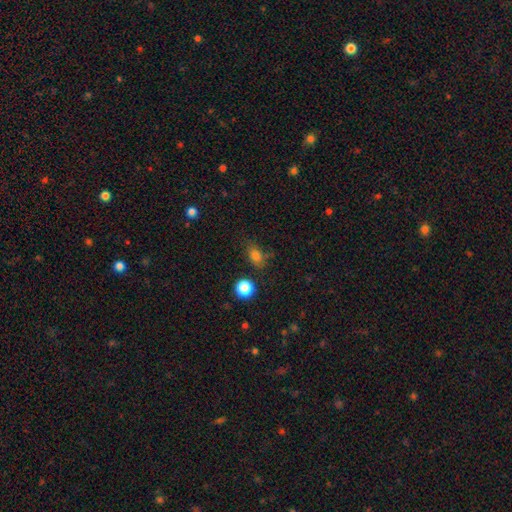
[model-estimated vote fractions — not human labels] This appears to be a smooth galaxy with no disk features (79%) that is in between round and cigar-shaped (66%). Merging: none (70%).